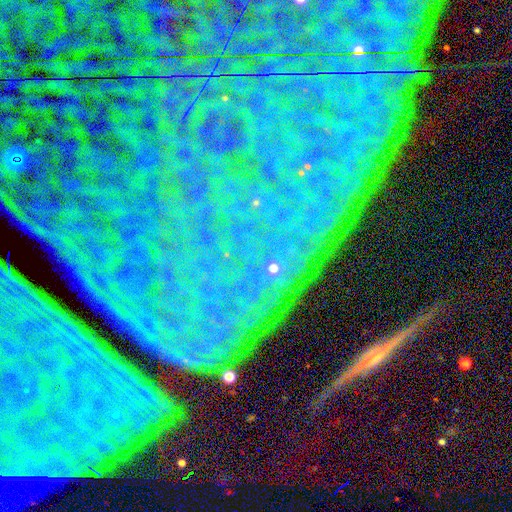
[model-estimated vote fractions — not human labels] This appears to be a star or artifact, not a galaxy (79%).